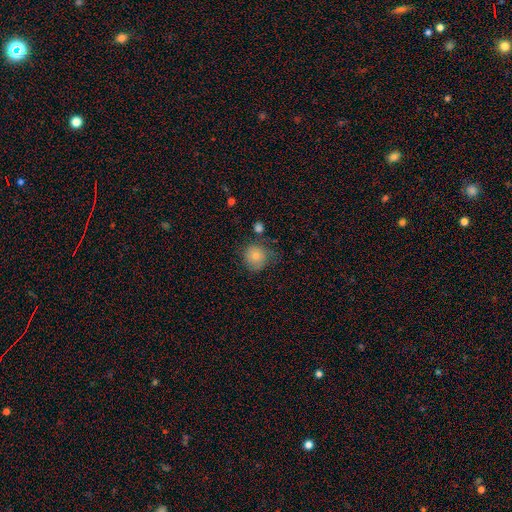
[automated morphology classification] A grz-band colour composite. It shows a smooth galaxy with no disk features (78%) that is round (87%). Merging: none (60%).